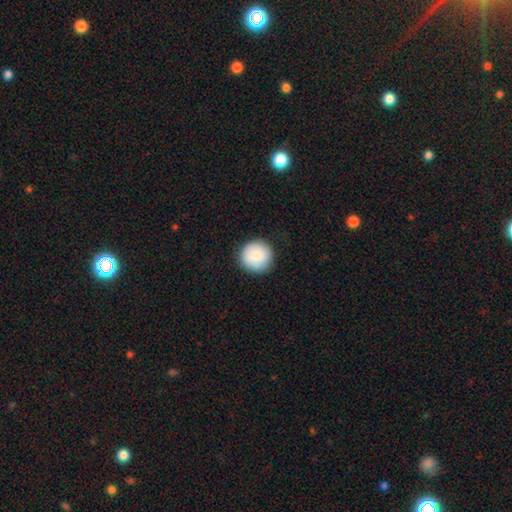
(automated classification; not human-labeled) A smooth galaxy with no disk features (84%) that is round (95%).

Vote fractions:
- Smooth or featured? smooth: 84% / featured or disk: 9% / star or artifact: 6%
- How rounded? round: 95% / in between: 4% / cigar-shaped: 1%
- Merging? none: 87% / minor disturbance: 9% / major disturbance: 2% / merger: 1%